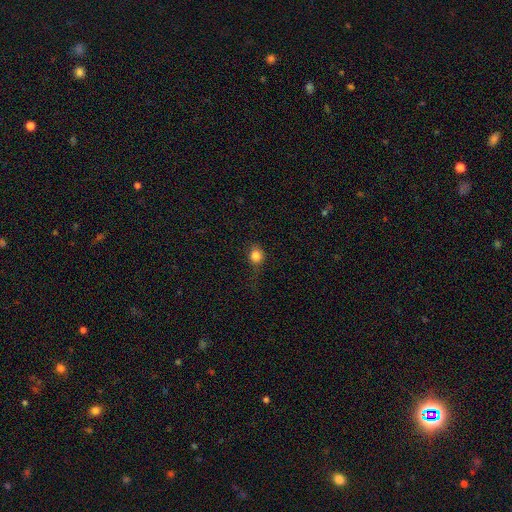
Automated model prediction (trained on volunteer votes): This appears to be a smooth galaxy with no disk features (82%) that is round (83%). Merging: none (63%).